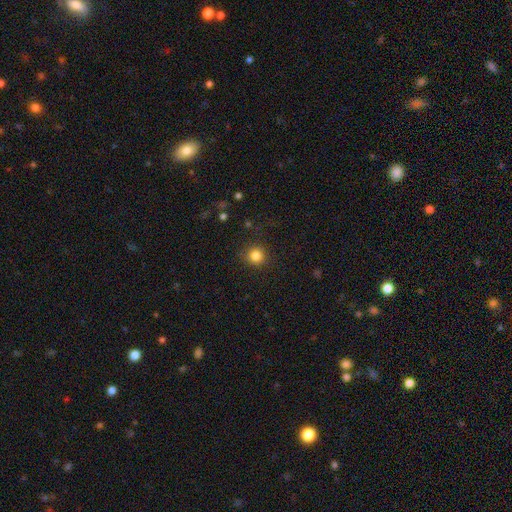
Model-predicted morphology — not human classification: Smooth or featured?
  - smooth: 84% *
  - star or artifact: 12%
  - featured or disk: 5%
How rounded?
  - round: 93% *
  - in between: 6%
  - cigar-shaped: 1%
Merging?
  - none: 89% *
  - minor disturbance: 7%
  - major disturbance: 3%
  - merger: 1%